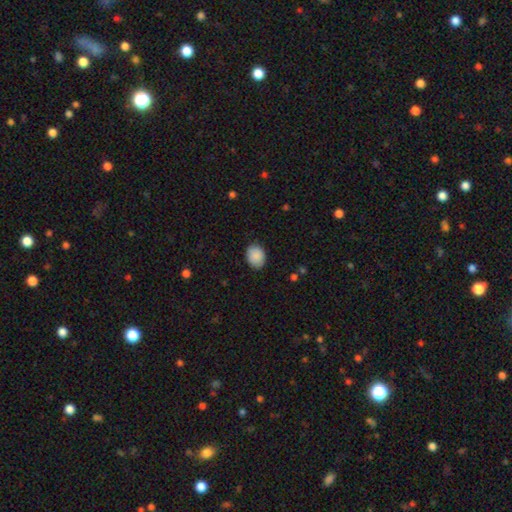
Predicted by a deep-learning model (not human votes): smooth 90%, star or artifact 7%, featured or disk 3%. Down the decision tree: how rounded — in between (61%); merging — none (86%).